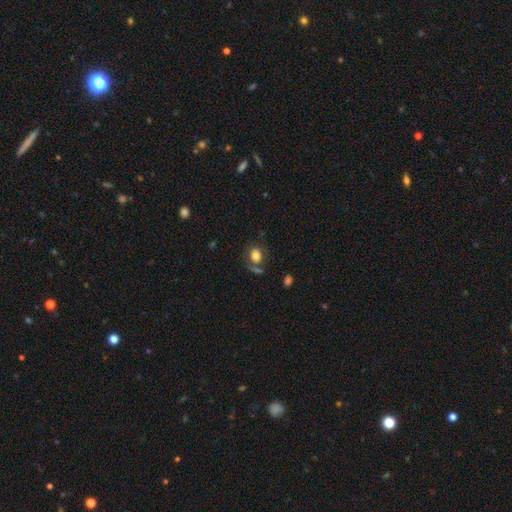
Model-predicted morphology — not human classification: Smooth or featured?
  - smooth: 79% *
  - featured or disk: 11%
  - star or artifact: 10%
How rounded?
  - in between: 54% *
  - round: 44%
  - cigar-shaped: 1%
Merging?
  - none: 64% *
  - minor disturbance: 15%
  - merger: 13%
  - major disturbance: 8%